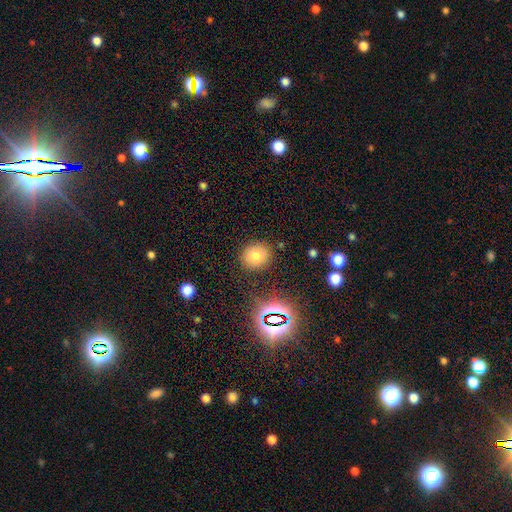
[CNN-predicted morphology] smooth_or_featured: smooth (p=0.72) [alt: star or artifact p=0.17]
how_rounded: round (p=0.80) [alt: in between p=0.19]
merging: none (p=0.87) [alt: minor disturbance p=0.08]